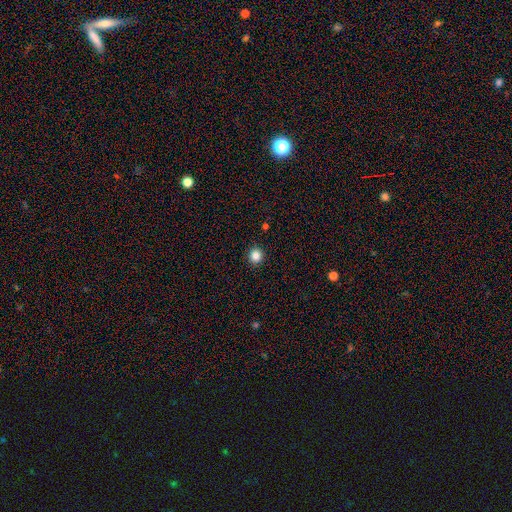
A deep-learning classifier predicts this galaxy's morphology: type=smooth (84%); roundness=round (91%); merging=none (93%).